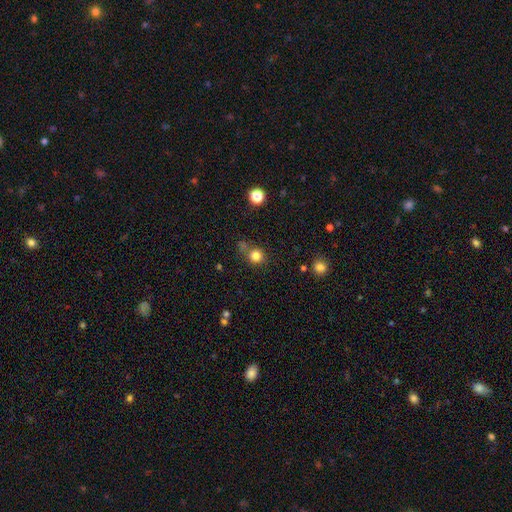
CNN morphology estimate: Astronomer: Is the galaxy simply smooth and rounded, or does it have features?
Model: smooth — 81%.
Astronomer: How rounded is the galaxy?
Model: round — 88%.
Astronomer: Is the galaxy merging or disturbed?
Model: none — 72%.